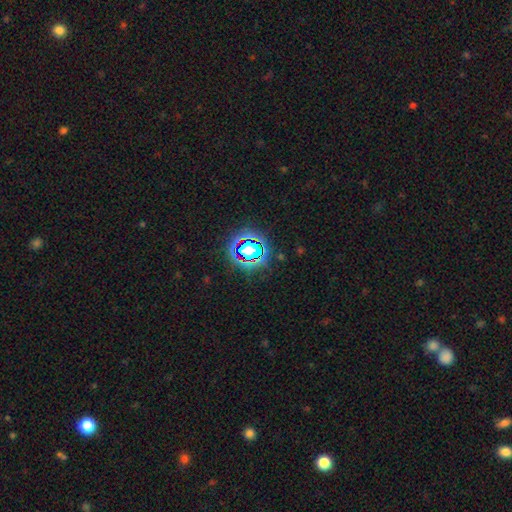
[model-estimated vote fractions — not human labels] smooth_or_featured: star or artifact (p=0.79) [alt: smooth p=0.13]